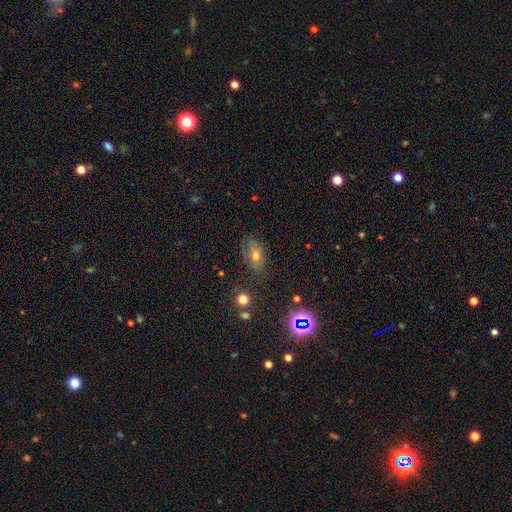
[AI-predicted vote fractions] This appears to be a smooth galaxy with no disk features (49%). Merging: none (65%).